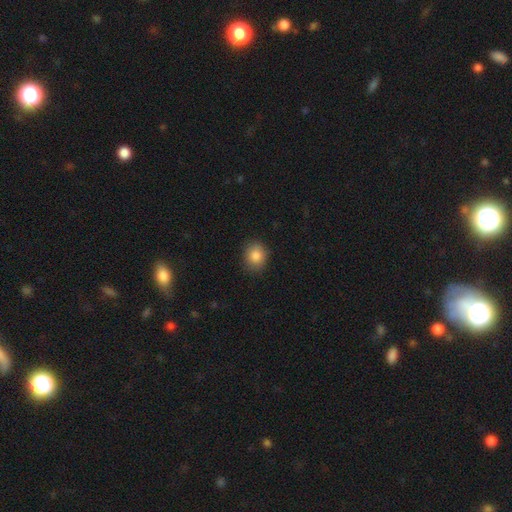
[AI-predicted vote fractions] Smooth or featured?
  - smooth: 85% *
  - star or artifact: 9%
  - featured or disk: 6%
How rounded?
  - round: 67% *
  - in between: 32%
  - cigar-shaped: 1%
Merging?
  - none: 86% *
  - minor disturbance: 10%
  - major disturbance: 2%
  - merger: 1%